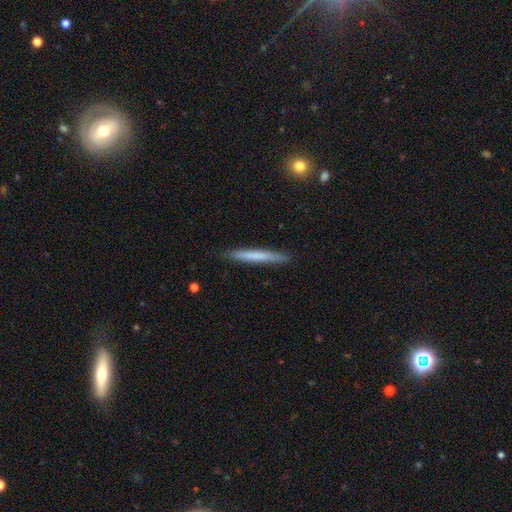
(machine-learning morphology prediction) smooth-or-featured: smooth: 66% | featured or disk: 29% | star or artifact: 6%
  how-rounded: cigar-shaped: 96% | in between: 2% | round: 1%
  merging: none: 89% | minor disturbance: 8% | major disturbance: 2% | merger: 1%